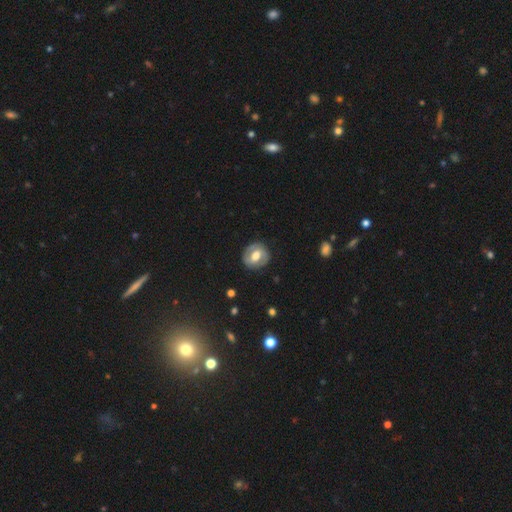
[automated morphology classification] A featured or disk galaxy (60%) with a weak bar (44%), spiral arms (67%) and a moderate central bulge (60%). Merging: none (82%).